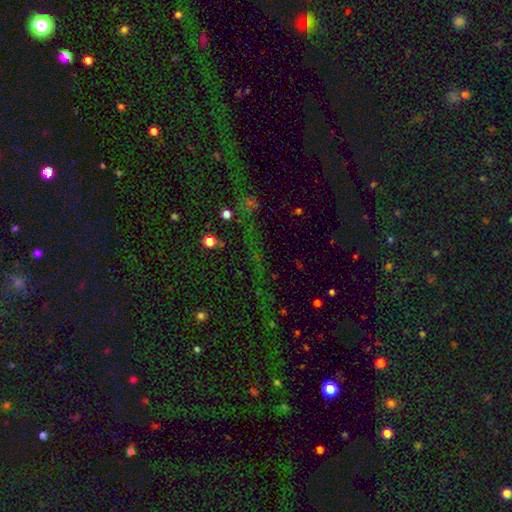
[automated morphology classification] Q: Smooth or featured?
A: star or artifact (72%); runner-up: smooth (15%)